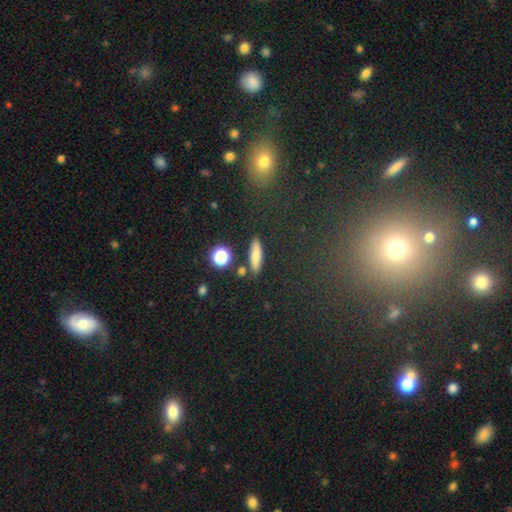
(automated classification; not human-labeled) Q: Smooth or featured?
A: smooth (75%); runner-up: featured or disk (13%)
Q: How rounded?
A: cigar-shaped (67%); runner-up: in between (24%)
Q: Merging?
A: none (84%); runner-up: minor disturbance (9%)